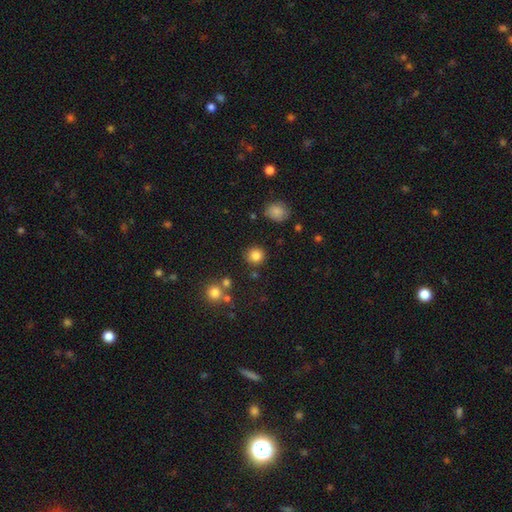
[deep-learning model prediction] Smooth or featured?
  - smooth: 84% *
  - star or artifact: 11%
  - featured or disk: 5%
How rounded?
  - round: 91% *
  - in between: 8%
  - cigar-shaped: 1%
Merging?
  - none: 86% *
  - minor disturbance: 8%
  - merger: 3%
  - major disturbance: 3%